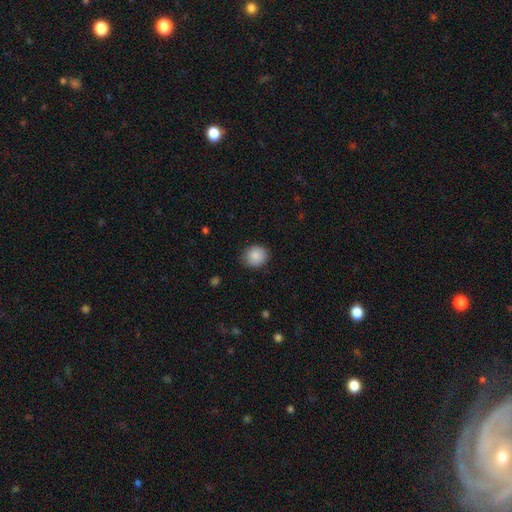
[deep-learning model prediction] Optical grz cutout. It shows a smooth galaxy with no disk features (87%) that is round (80%). Merging: none (84%).